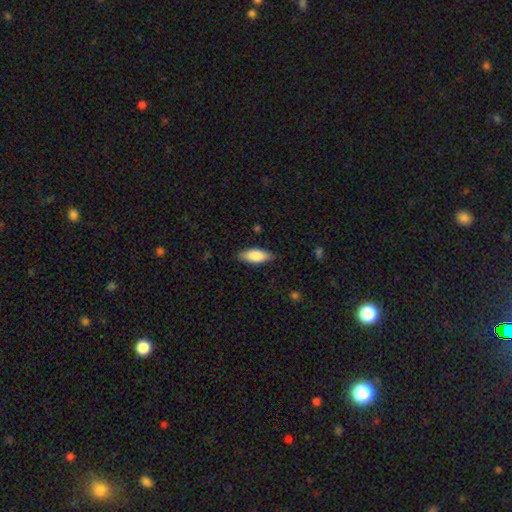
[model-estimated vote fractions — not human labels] Smooth or featured?
  - smooth: 81% *
  - featured or disk: 13%
  - star or artifact: 6%
How rounded?
  - in between: 80% *
  - cigar-shaped: 18%
  - round: 2%
Merging?
  - none: 81% *
  - minor disturbance: 15%
  - major disturbance: 3%
  - merger: 1%